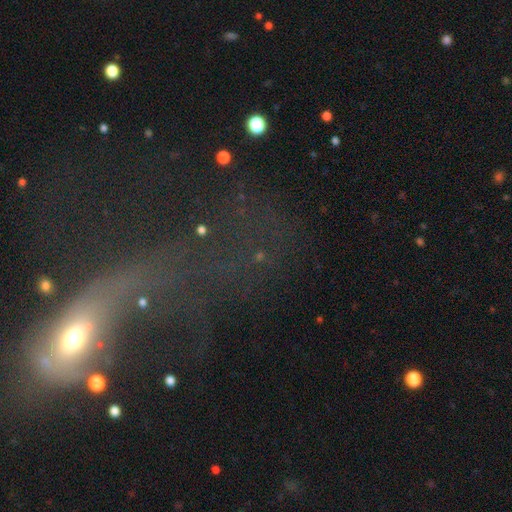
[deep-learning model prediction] The model was most divided on "smooth or featured": featured or disk: 35%, smooth: 34%, star or artifact: 31%. More confident: merging — major disturbance (52%).